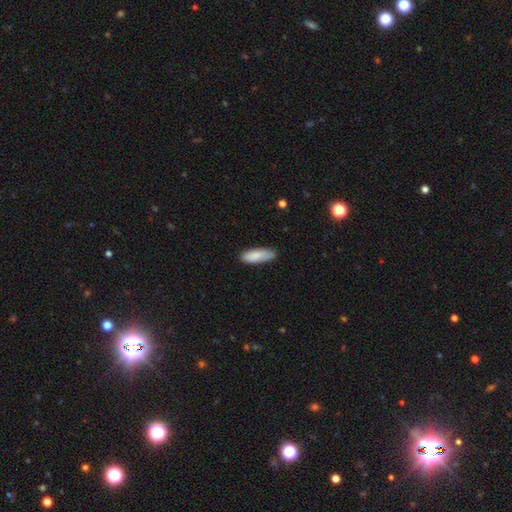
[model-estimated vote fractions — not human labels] Morphology: type=smooth (86%); roundness=in between (59%); merging=none (77%).